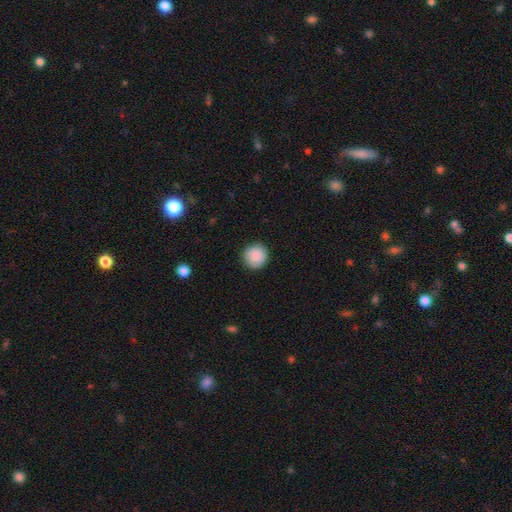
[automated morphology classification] Smooth or featured? Predicted: smooth (p=0.88). How rounded? Predicted: round (p=0.94). Merging? Predicted: none (p=0.90).